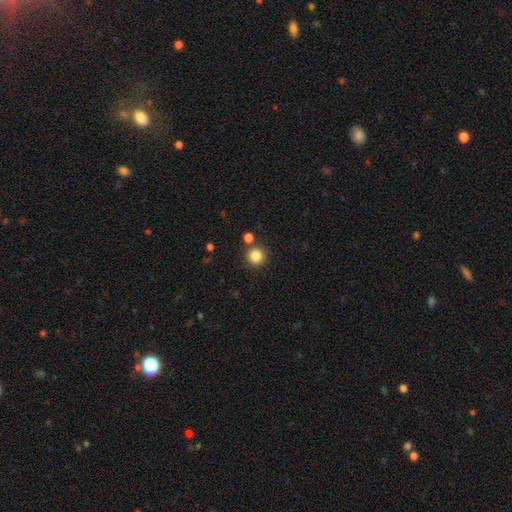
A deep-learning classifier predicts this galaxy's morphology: Smooth or featured? smooth (85%)
How rounded? round (94%)
Merging? none (82%)